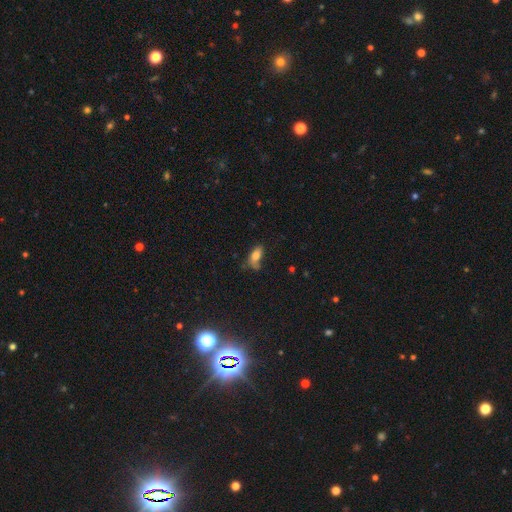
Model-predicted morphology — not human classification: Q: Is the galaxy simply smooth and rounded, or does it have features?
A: smooth — 75%.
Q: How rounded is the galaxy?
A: in between — 83%.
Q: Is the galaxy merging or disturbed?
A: none — 43%.